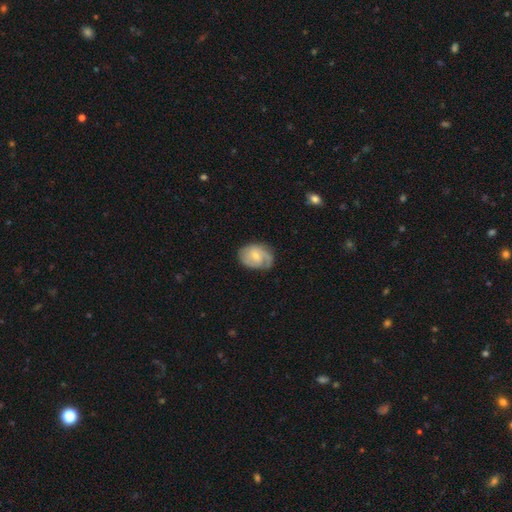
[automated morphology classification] A featured or disk galaxy (63%) with no bar (52%), 2 (48%) tight (44%) spiral arms (88%) and a small central bulge (58%). Merging: none (64%).